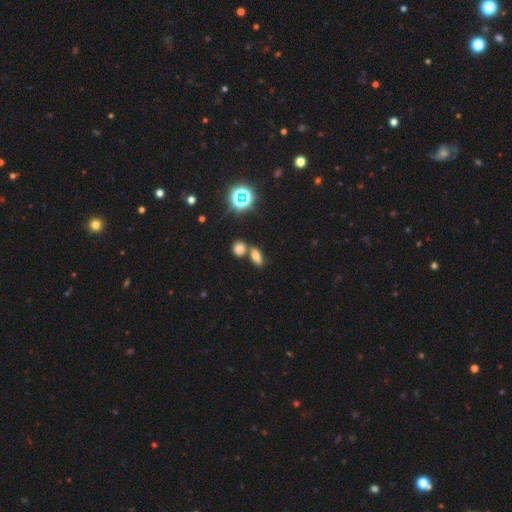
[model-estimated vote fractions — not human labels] Smooth or featured?
  - smooth: 69% *
  - star or artifact: 20%
  - featured or disk: 11%
How rounded?
  - in between: 73% *
  - round: 16%
  - cigar-shaped: 12%
Merging?
  - none: 57% *
  - merger: 30%
  - minor disturbance: 10%
  - major disturbance: 4%